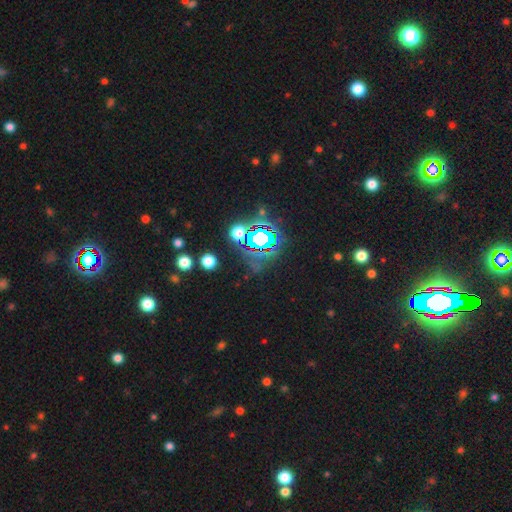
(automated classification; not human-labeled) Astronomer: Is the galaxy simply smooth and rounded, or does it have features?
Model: star or artifact — 83%.